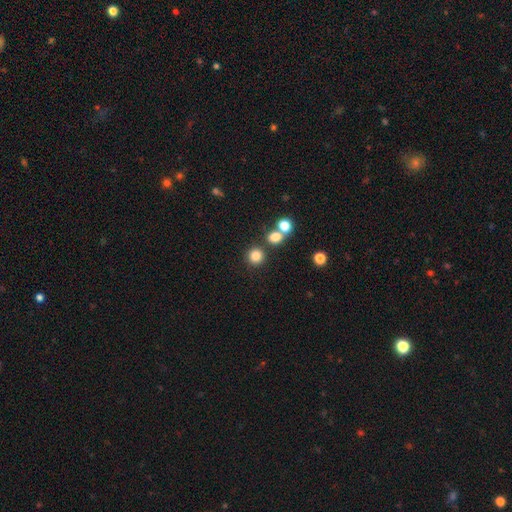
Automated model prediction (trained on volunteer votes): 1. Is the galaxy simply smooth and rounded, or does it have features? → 81% smooth, 14% star or artifact, 6% featured or disk.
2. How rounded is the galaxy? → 93% round, 6% in between, 1% cigar-shaped.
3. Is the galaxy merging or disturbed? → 78% none, 12% merger, 6% minor disturbance, 3% major disturbance.